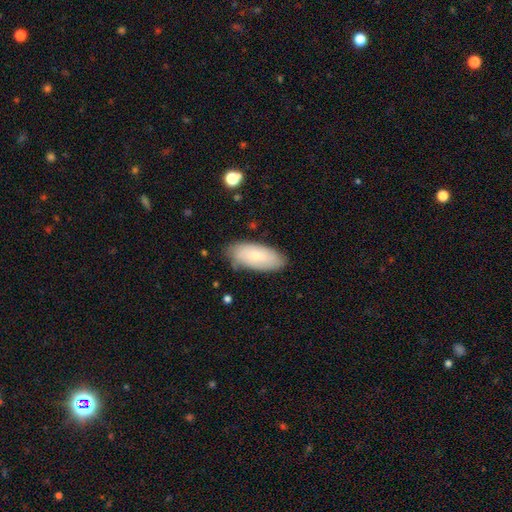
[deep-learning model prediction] A smooth galaxy with no disk features (63%) that is in between round and cigar-shaped (88%).

Vote fractions:
- Smooth or featured? smooth: 63% / featured or disk: 30% / star or artifact: 7%
- How rounded? in between: 88% / cigar-shaped: 10% / round: 2%
- Merging? none: 78% / minor disturbance: 17% / major disturbance: 3% / merger: 2%